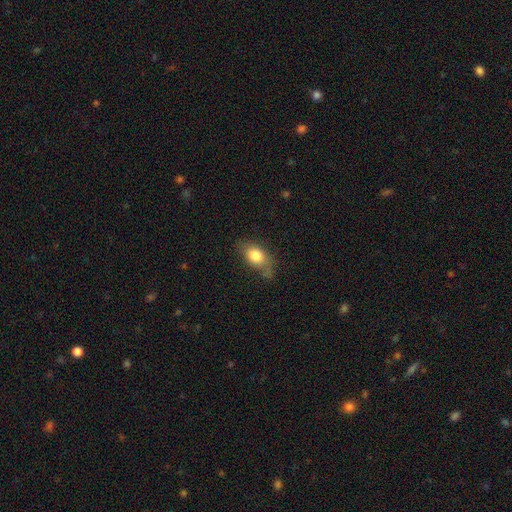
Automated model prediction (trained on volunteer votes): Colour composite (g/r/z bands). It shows a smooth galaxy with no disk features (79%) that is in between round and cigar-shaped (81%). Merging: none (54%).